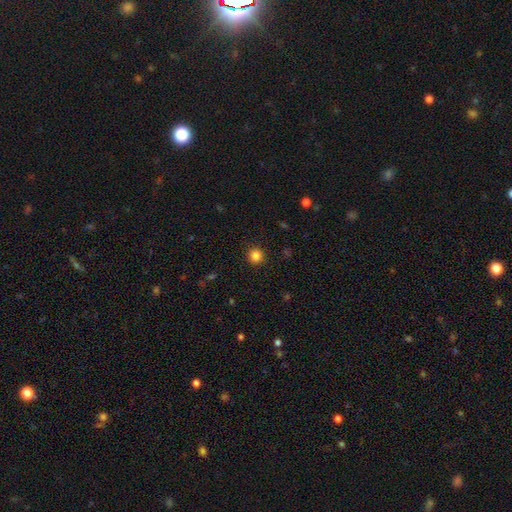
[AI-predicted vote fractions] A smooth galaxy with no disk features (84%) that is round (94%).

Vote fractions:
- Smooth or featured? smooth: 84% / star or artifact: 12% / featured or disk: 4%
- How rounded? round: 94% / in between: 5% / cigar-shaped: 1%
- Merging? none: 92% / minor disturbance: 5% / major disturbance: 2% / merger: 1%